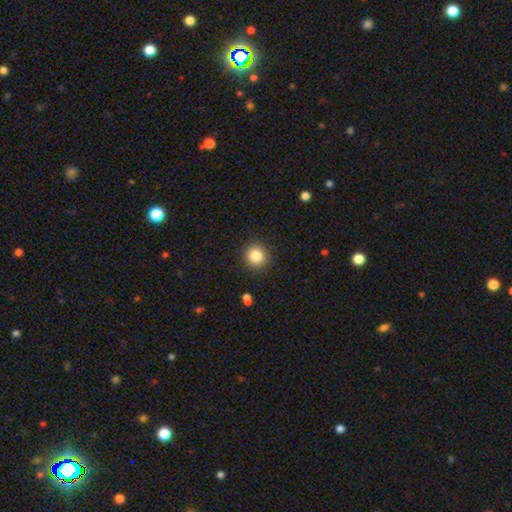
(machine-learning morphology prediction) Q: Smooth or featured?
A: smooth (84%); runner-up: star or artifact (10%)
Q: How rounded?
A: round (91%); runner-up: in between (8%)
Q: Merging?
A: none (89%); runner-up: minor disturbance (7%)